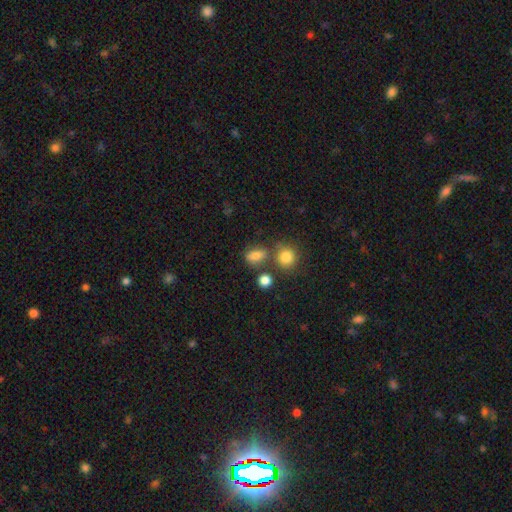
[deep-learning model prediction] smooth-or-featured: smooth: 80% | star or artifact: 13% | featured or disk: 7%
  how-rounded: in between: 71% | round: 25% | cigar-shaped: 4%
  merging: none: 63% | merger: 15% | minor disturbance: 15% | major disturbance: 6%